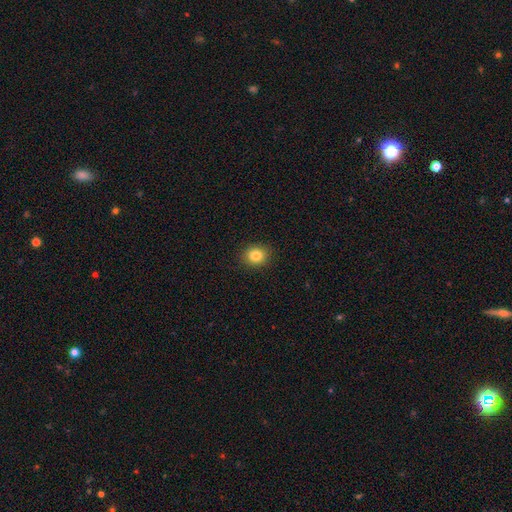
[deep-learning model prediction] This appears to be a smooth galaxy with no disk features (83%) that is round (74%). Merging: none (91%).